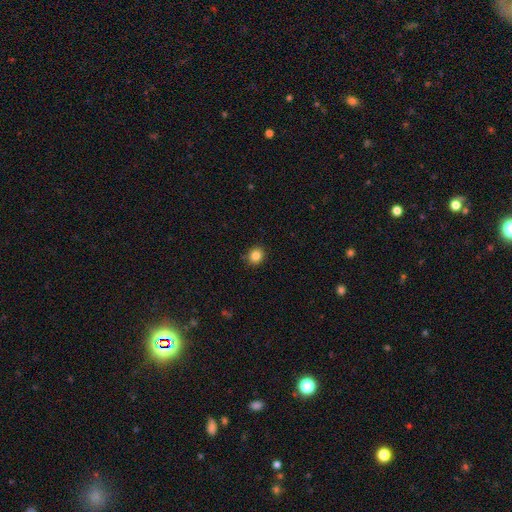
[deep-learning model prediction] A smooth galaxy with no disk features (85%) that is round (77%). Merging: none (87%).